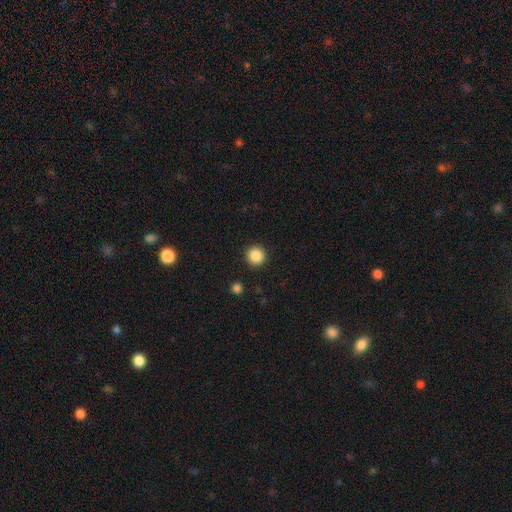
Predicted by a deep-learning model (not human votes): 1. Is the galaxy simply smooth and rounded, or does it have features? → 87% smooth, 10% star or artifact, 3% featured or disk.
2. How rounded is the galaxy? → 95% round, 4% in between, 1% cigar-shaped.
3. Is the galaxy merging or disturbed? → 92% none, 5% minor disturbance, 2% major disturbance, 1% merger.